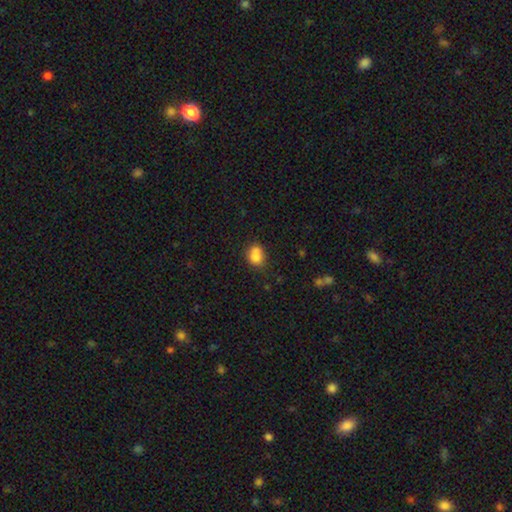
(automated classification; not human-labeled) smooth-or-featured: smooth: 77% | featured or disk: 13% | star or artifact: 10%
  how-rounded: in between: 49% (tied) | round: 49% (tied) | cigar-shaped: 1%
  merging: none: 40% | merger: 36% | minor disturbance: 17% | major disturbance: 6%